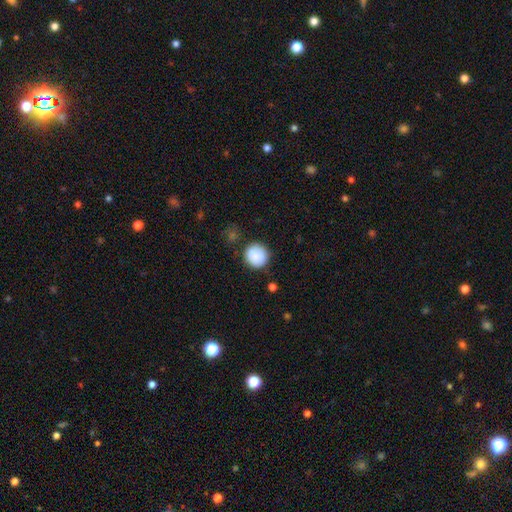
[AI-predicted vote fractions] Morphology: type=smooth (88%); roundness=round (92%); merging=none (85%).